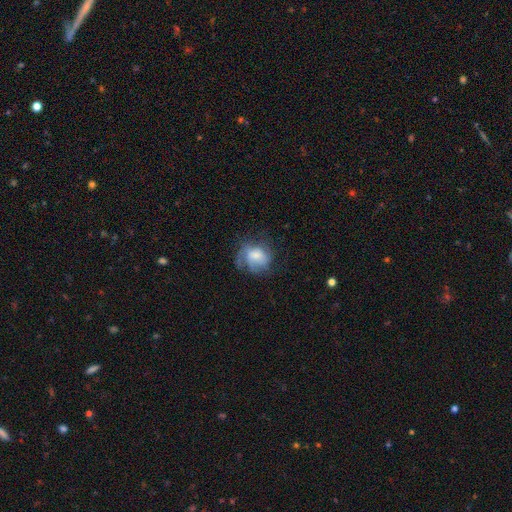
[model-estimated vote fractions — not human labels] Smooth or featured: featured or disk — 49% (smooth — 43%)
Merging: none — 47% (major disturbance — 27%)